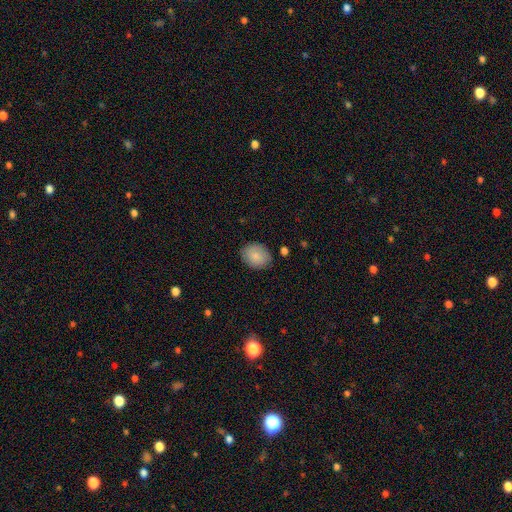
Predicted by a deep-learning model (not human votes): Smooth or featured? Predicted: smooth (p=0.86). How rounded? Predicted: in between (p=0.51). Merging? Predicted: none (p=0.82).